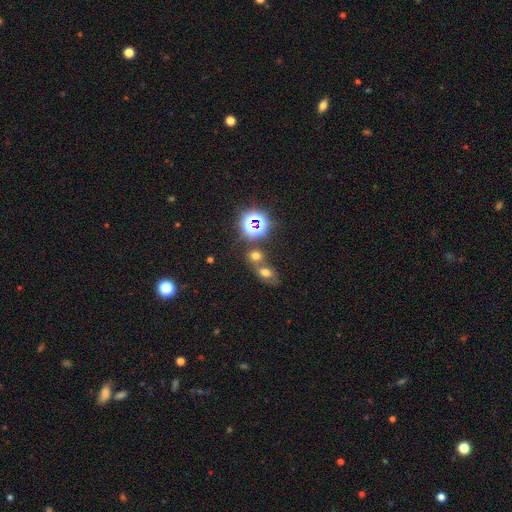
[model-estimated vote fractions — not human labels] A smooth galaxy with no disk features (54%) that is in between round and cigar-shaped (50%).

Vote fractions:
- Smooth or featured? smooth: 54% / star or artifact: 33% / featured or disk: 12%
- How rounded? in between: 50% / round: 48% / cigar-shaped: 2%
- Merging? merger: 45% / none: 42% / minor disturbance: 8% / major disturbance: 4%